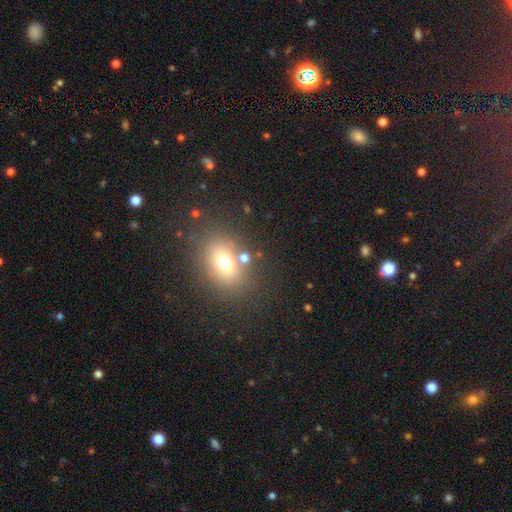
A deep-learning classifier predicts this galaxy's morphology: This appears to be a smooth galaxy with no disk features (53%) that is in between round and cigar-shaped (64%). Merging: none (75%).